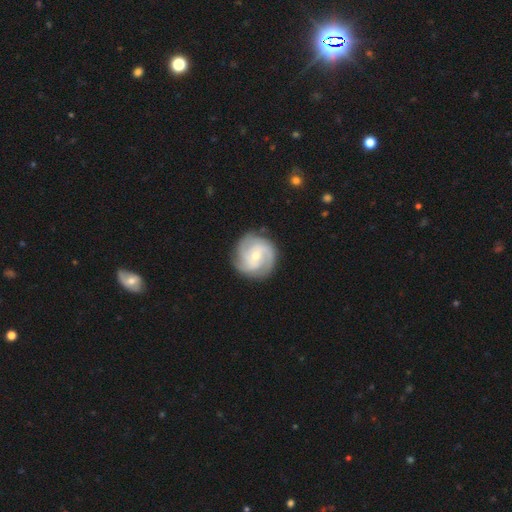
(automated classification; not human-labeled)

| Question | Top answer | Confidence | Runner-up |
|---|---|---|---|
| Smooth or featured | featured or disk | 83% | smooth (12%) |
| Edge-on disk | no | 98% | yes (2%) |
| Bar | no | 53% | weak (38%) |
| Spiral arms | yes | 96% | no (4%) |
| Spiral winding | tight | 53% | medium (38%) |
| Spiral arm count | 3 | 44% | 2 (20%) |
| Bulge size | small | 57% | moderate (40%) |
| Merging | none | 83% | minor disturbance (12%) |